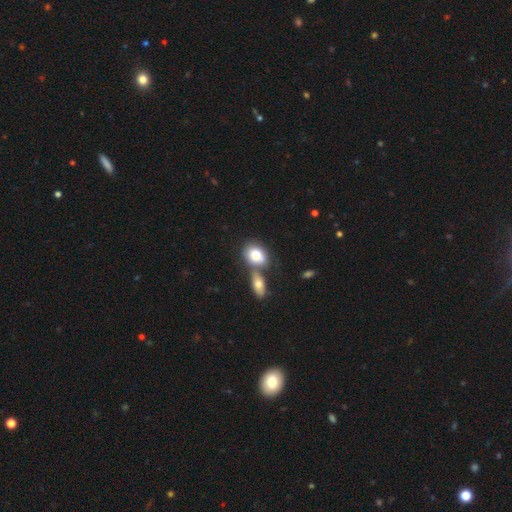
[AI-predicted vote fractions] Smooth or featured? smooth (80%)
How rounded? in between (71%)
Merging? merger (46%)